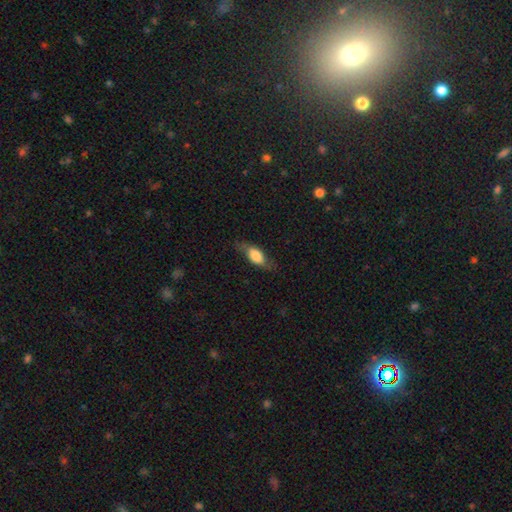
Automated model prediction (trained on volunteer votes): smooth 67%, featured or disk 27%, star or artifact 7%. Down the decision tree: how rounded — in between (74%); merging — none (71%).